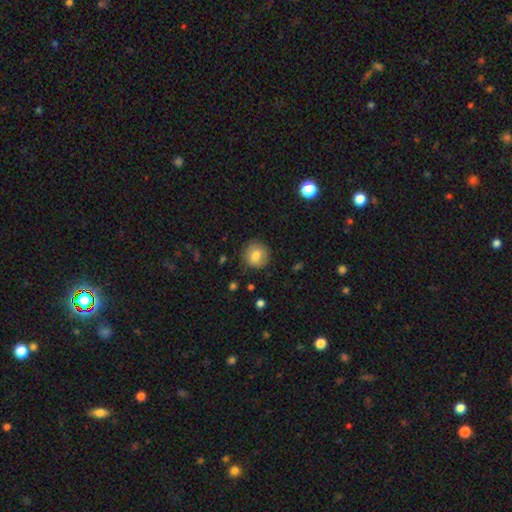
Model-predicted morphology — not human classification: A smooth galaxy with no disk features (79%) that is round (91%). Merging: none (85%).